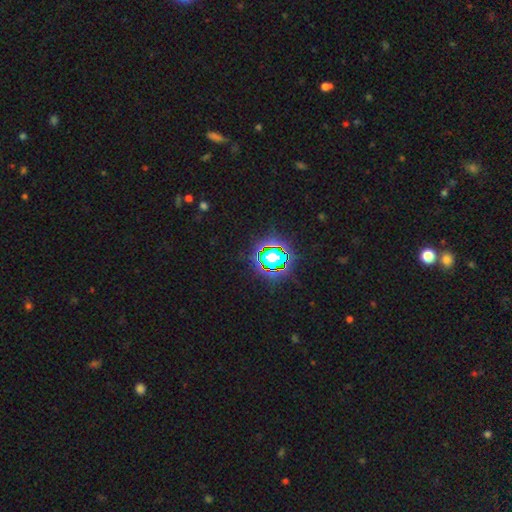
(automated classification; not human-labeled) Smooth or featured? star or artifact (81%)